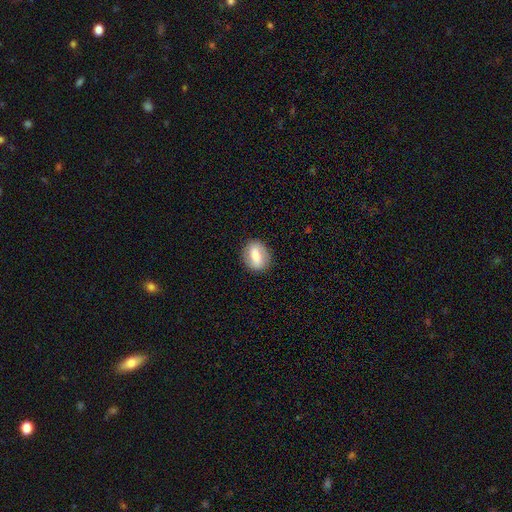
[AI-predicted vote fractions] This is likely a smooth galaxy (65%). How rounded: possibly in between (56%). Merging: clearly none (86%).